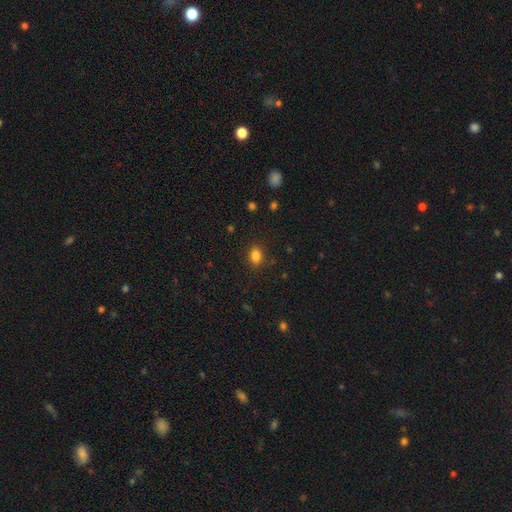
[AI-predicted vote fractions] smooth_or_featured: smooth (p=0.84) [alt: star or artifact p=0.11]
how_rounded: in between (p=0.72) [alt: round p=0.27]
merging: none (p=0.87) [alt: minor disturbance p=0.10]